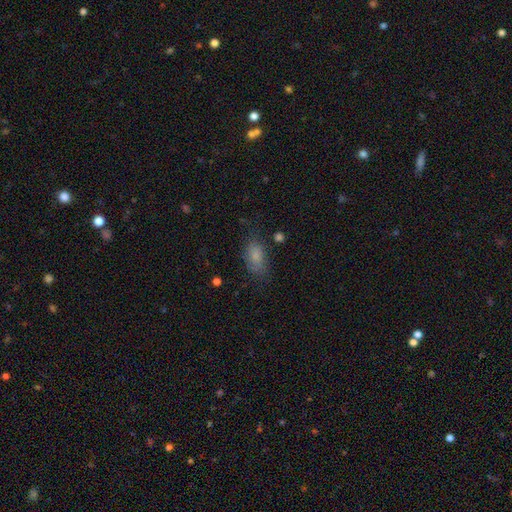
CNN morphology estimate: Smooth or featured? Predicted: smooth (p=0.78). How rounded? Predicted: in between (p=0.89). Merging? Predicted: none (p=0.67).